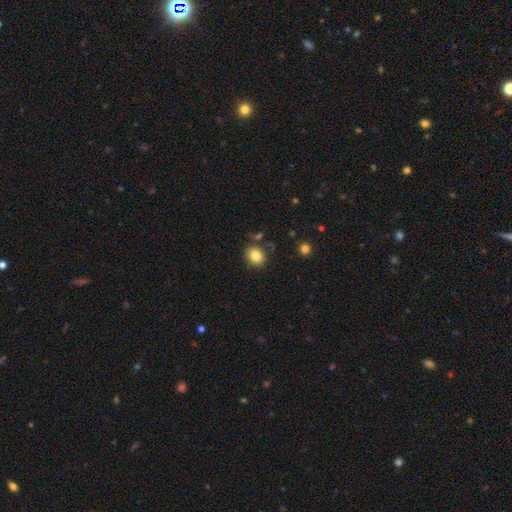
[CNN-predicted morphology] This appears to be a smooth galaxy with no disk features (82%) that is round (69%). Merging: none (79%).